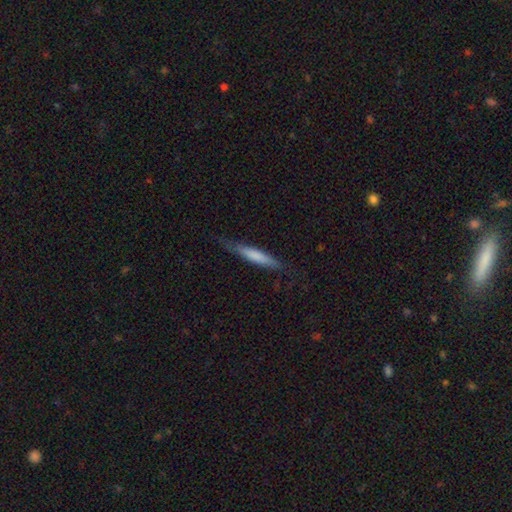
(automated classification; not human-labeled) Smooth or featured?
  - smooth: 68% *
  - featured or disk: 27%
  - star or artifact: 5%
How rounded?
  - cigar-shaped: 90% *
  - in between: 8%
  - round: 1%
Merging?
  - none: 77% *
  - minor disturbance: 18%
  - major disturbance: 4%
  - merger: 1%